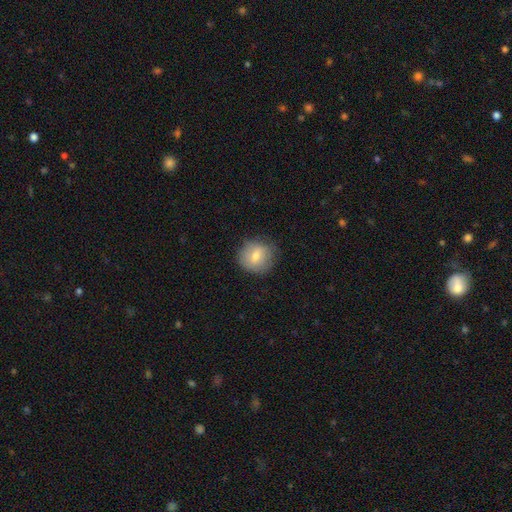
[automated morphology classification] A smooth galaxy with no disk features (70%) that is round (87%). Merging: none (81%).